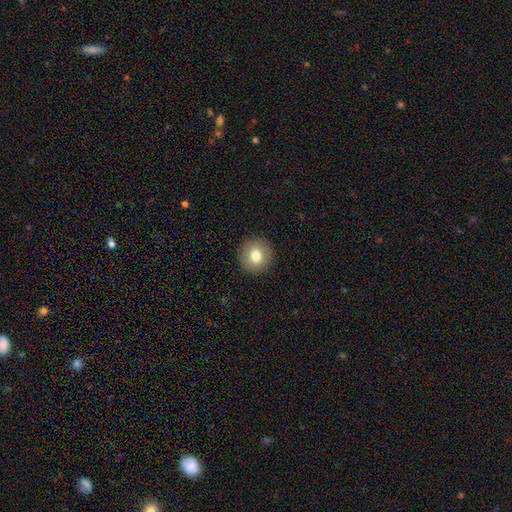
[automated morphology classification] type=smooth (77%); roundness=round (93%); merging=none (92%).